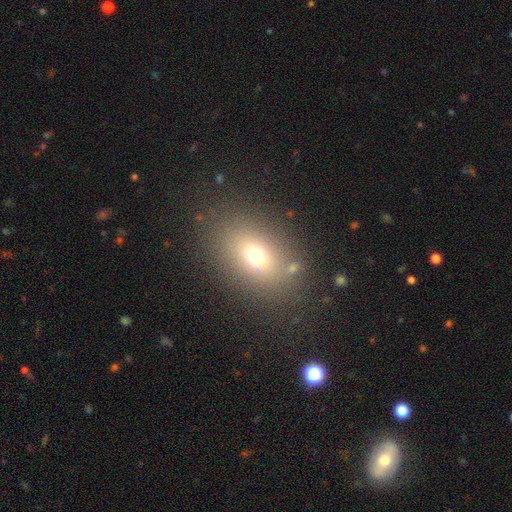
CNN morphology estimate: smooth 68%, star or artifact 17%, featured or disk 15%. Down the decision tree: how rounded — in between (69%); merging — none (79%).